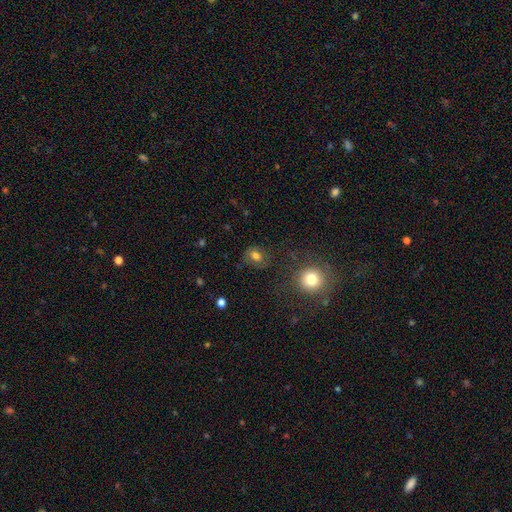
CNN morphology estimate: Q: Smooth or featured?
A: smooth (70%); runner-up: featured or disk (16%)
Q: How rounded?
A: round (54%); runner-up: in between (44%)
Q: Merging?
A: none (67%); runner-up: minor disturbance (19%)